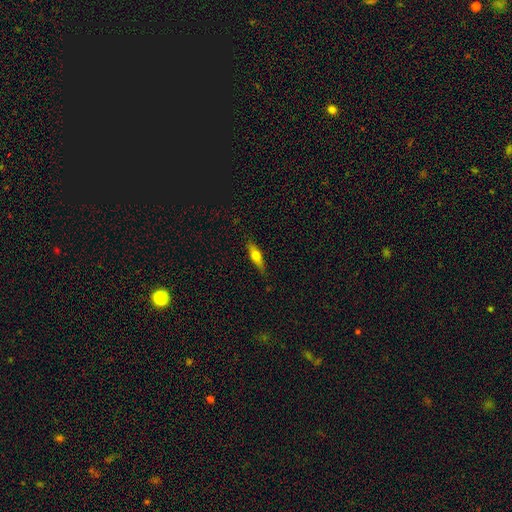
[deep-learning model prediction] Morphology: type=smooth (53%); roundness=cigar-shaped (64%); merging=none (83%).